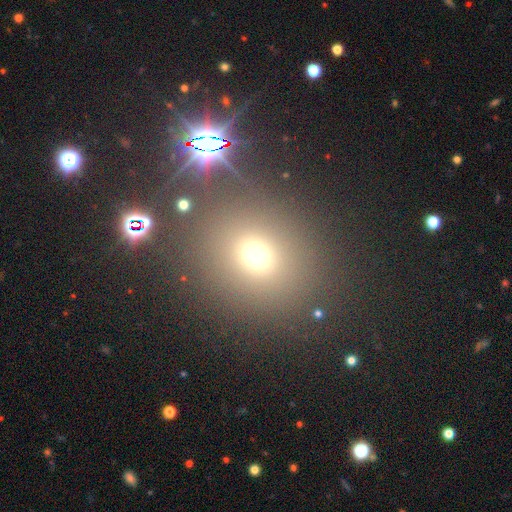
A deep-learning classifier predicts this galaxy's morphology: Smooth or featured?
  - smooth: 58% *
  - star or artifact: 33%
  - featured or disk: 9%
How rounded?
  - round: 73% *
  - in between: 26%
  - cigar-shaped: 1%
Merging?
  - none: 83% *
  - minor disturbance: 8%
  - major disturbance: 5%
  - merger: 5%